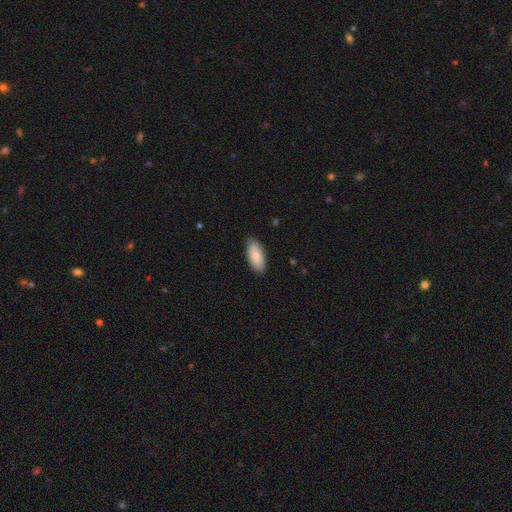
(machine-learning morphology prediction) type=smooth (86%); roundness=in between (86%); merging=none (86%).